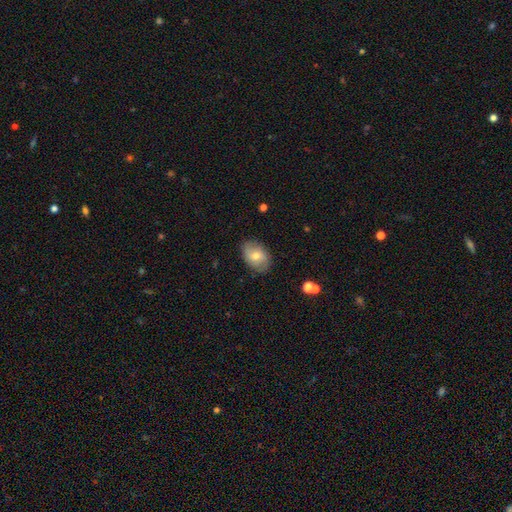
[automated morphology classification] This is likely a smooth galaxy (62%). How rounded: clearly in between (80%). Merging: clearly none (82%).